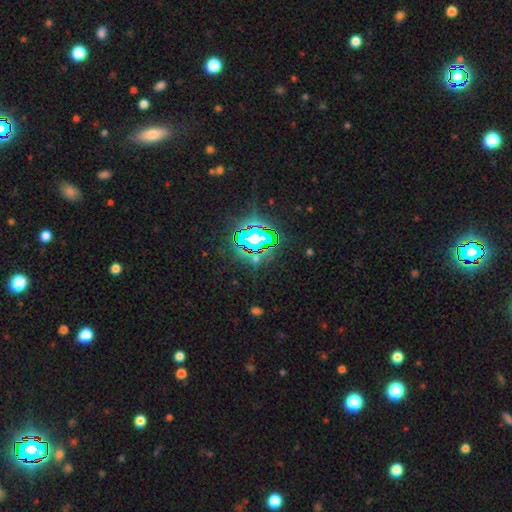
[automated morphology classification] type=star or artifact (74%).